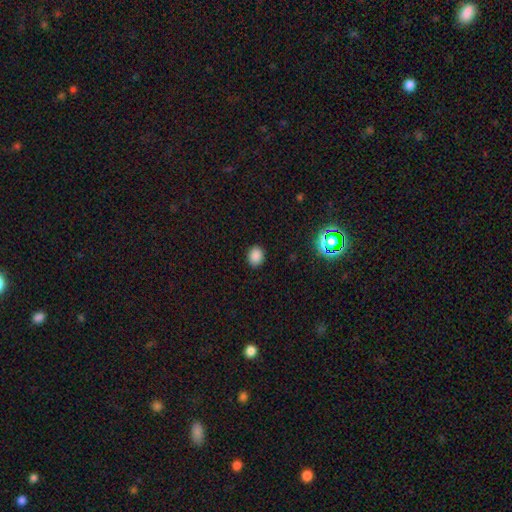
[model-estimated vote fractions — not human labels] Smooth or featured?
  - smooth: 85% *
  - star or artifact: 12%
  - featured or disk: 3%
How rounded?
  - round: 56% *
  - in between: 43%
  - cigar-shaped: 1%
Merging?
  - none: 90% *
  - minor disturbance: 7%
  - major disturbance: 2%
  - merger: 1%